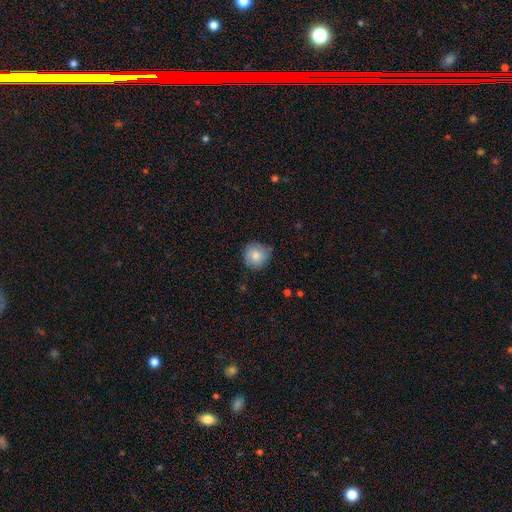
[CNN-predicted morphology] Smooth or featured? smooth (81%)
How rounded? round (92%)
Merging? none (76%)